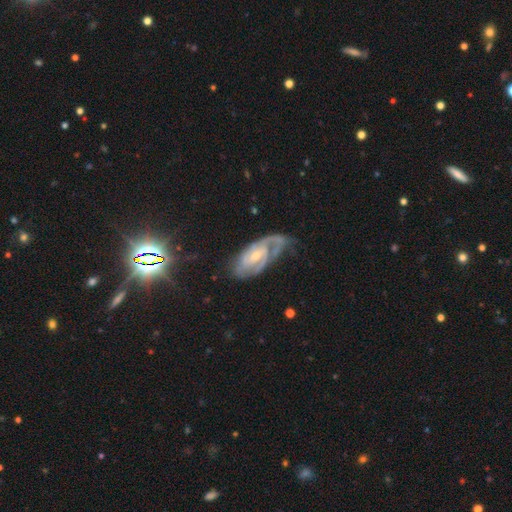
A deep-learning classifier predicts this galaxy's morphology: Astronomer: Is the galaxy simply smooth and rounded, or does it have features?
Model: featured or disk — 84%.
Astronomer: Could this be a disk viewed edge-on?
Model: no — 95%.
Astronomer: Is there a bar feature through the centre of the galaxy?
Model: weak — 45% (runner-up: no, 42%).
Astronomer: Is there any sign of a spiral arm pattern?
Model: yes — 95%.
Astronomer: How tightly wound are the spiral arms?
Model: tight — 50% (runner-up: medium, 39%).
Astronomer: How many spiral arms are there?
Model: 2 — 56%.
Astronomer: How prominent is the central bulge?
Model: small — 59% (runner-up: moderate, 34%).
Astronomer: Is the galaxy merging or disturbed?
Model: none — 50% (runner-up: minor disturbance, 28%).